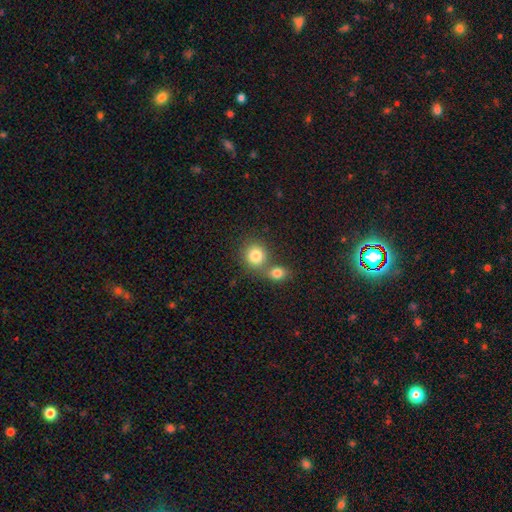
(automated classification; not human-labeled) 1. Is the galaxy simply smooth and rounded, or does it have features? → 82% smooth, 10% star or artifact, 8% featured or disk.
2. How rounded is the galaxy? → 84% round, 15% in between, 1% cigar-shaped.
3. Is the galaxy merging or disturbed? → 51% none, 38% merger, 8% minor disturbance, 3% major disturbance.